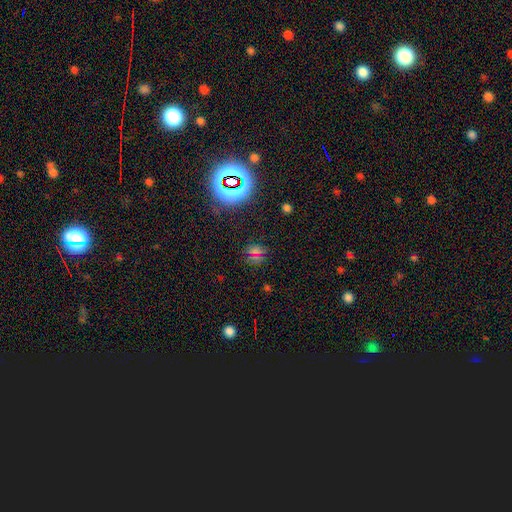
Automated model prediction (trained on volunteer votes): This appears to be a star or artifact, not a galaxy (49%).